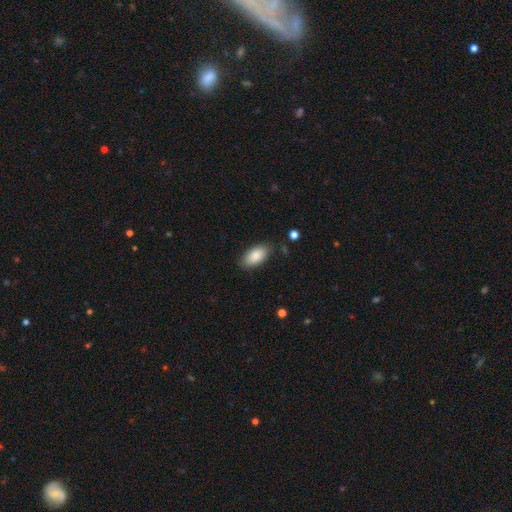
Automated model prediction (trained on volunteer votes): Morphology: type=smooth (87%); roundness=in between (94%); merging=none (83%).